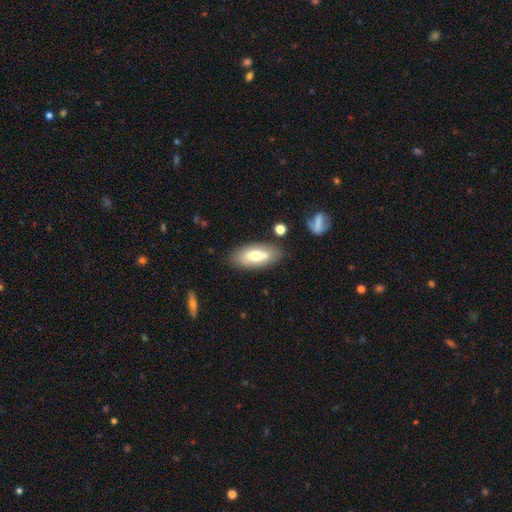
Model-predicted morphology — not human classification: Smooth or featured: smooth — 64% (featured or disk — 29%)
How rounded: in between — 86% (cigar-shaped — 10%)
Merging: none — 73% (minor disturbance — 14%)